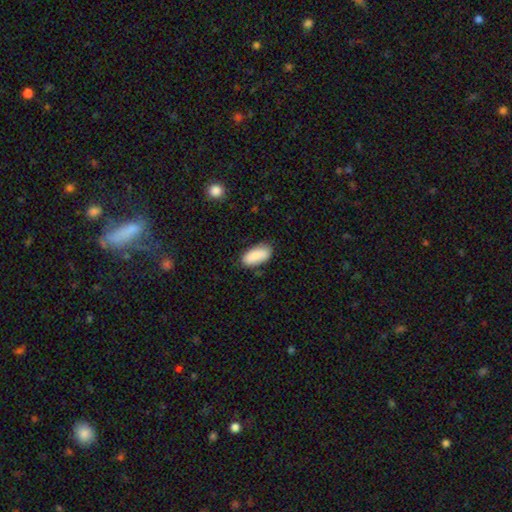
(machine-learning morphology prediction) Smooth or featured: smooth — 88% (star or artifact — 7%)
How rounded: in between — 91% (cigar-shaped — 7%)
Merging: none — 78% (minor disturbance — 17%)